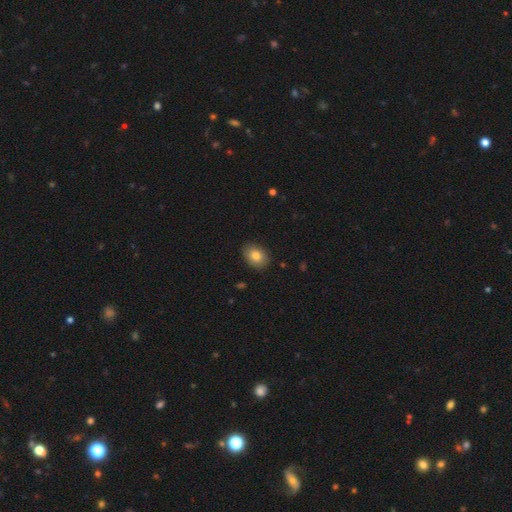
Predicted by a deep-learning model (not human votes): Morphology: type=smooth (82%); roundness=in between (72%); merging=none (84%).